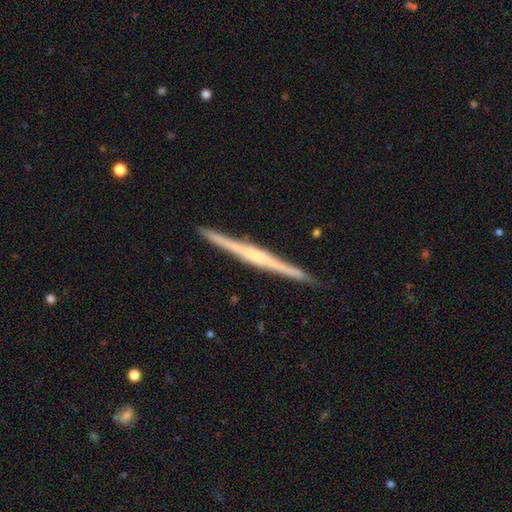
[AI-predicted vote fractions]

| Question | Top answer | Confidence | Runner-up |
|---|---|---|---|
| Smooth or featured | featured or disk | 80% | smooth (15%) |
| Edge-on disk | yes | 99% | no (1%) |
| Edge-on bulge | rounded | 50% | none (28%) |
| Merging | none | 92% | minor disturbance (6%) |